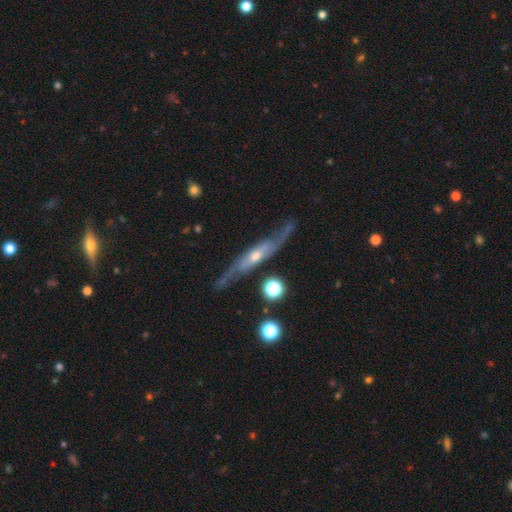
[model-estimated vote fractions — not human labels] Smooth or featured? featured or disk (81%)
Edge-on disk? yes (58%)
Merging? none (72%)